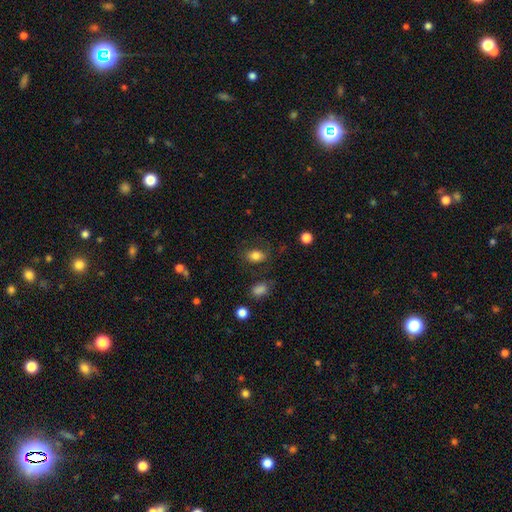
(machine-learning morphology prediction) Overall: smooth (79%). How rounded: in between (80%). Merging: none (75%).